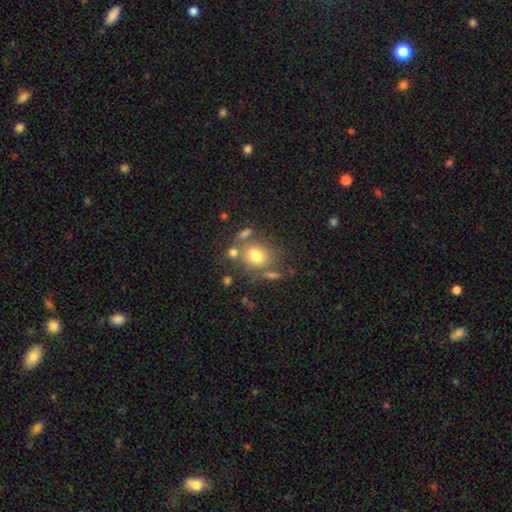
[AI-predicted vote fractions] A smooth galaxy with no disk features (75%) that is round (71%).

Vote fractions:
- Smooth or featured? smooth: 75% / featured or disk: 13% / star or artifact: 12%
- How rounded? round: 71% / in between: 28% / cigar-shaped: 1%
- Merging? none: 63% / merger: 17% / minor disturbance: 14% / major disturbance: 7%